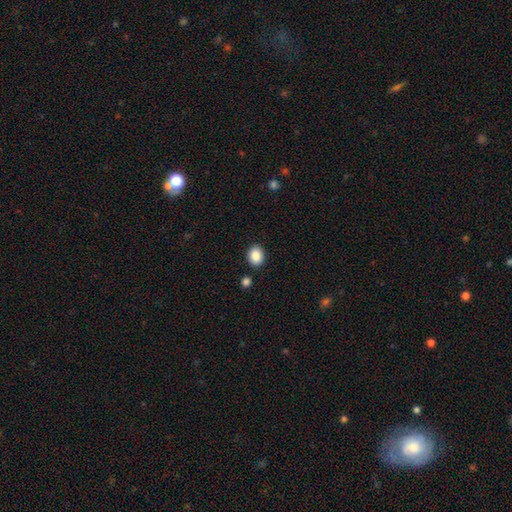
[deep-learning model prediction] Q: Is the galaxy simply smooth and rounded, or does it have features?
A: smooth — 88%.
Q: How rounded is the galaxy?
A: in between — 53%.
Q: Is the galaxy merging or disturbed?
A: none — 88%.